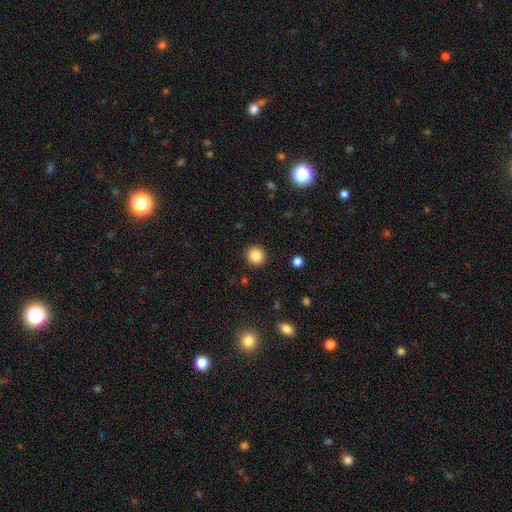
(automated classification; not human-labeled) A smooth galaxy with no disk features (86%) that is round (93%). Merging: none (92%).